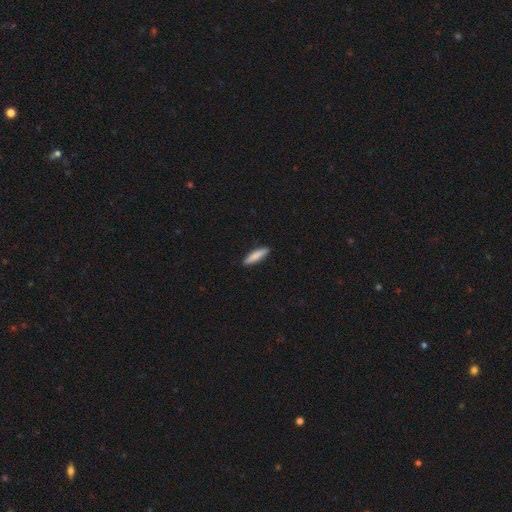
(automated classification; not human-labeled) Smooth or featured? Predicted: smooth (p=0.83). How rounded? Predicted: cigar-shaped (p=0.80). Merging? Predicted: none (p=0.90).